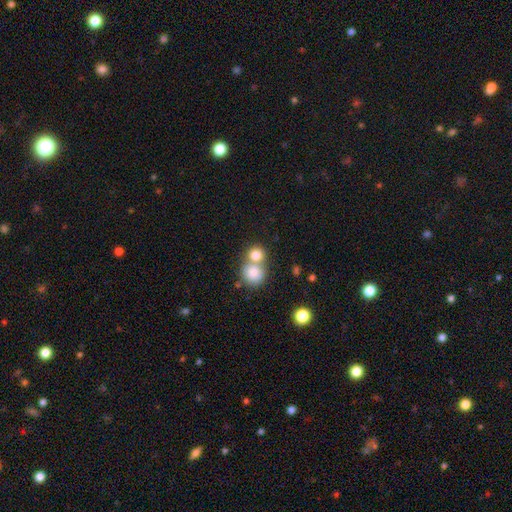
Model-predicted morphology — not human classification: Smooth or featured?
  - smooth: 81% *
  - featured or disk: 10%
  - star or artifact: 9%
How rounded?
  - round: 84% *
  - in between: 15%
  - cigar-shaped: 1%
Merging?
  - merger: 52% *
  - none: 39%
  - minor disturbance: 6%
  - major disturbance: 3%